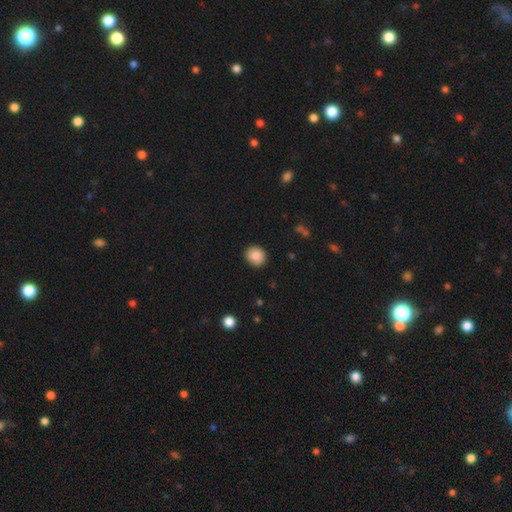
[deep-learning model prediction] smooth-or-featured: smooth: 88% | star or artifact: 8% | featured or disk: 4%
  how-rounded: round: 80% | in between: 19% | cigar-shaped: 1%
  merging: none: 89% | minor disturbance: 8% | major disturbance: 2% | merger: 1%